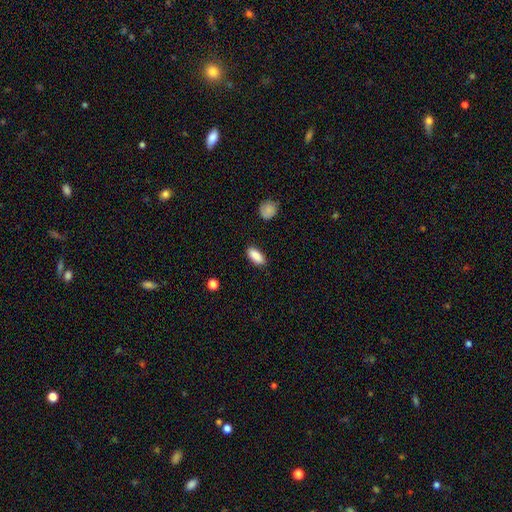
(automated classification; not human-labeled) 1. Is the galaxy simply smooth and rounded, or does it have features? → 89% smooth, 7% star or artifact, 5% featured or disk.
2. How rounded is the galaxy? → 85% in between, 12% cigar-shaped, 3% round.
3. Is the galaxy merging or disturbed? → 86% none, 10% minor disturbance, 2% major disturbance, 1% merger.